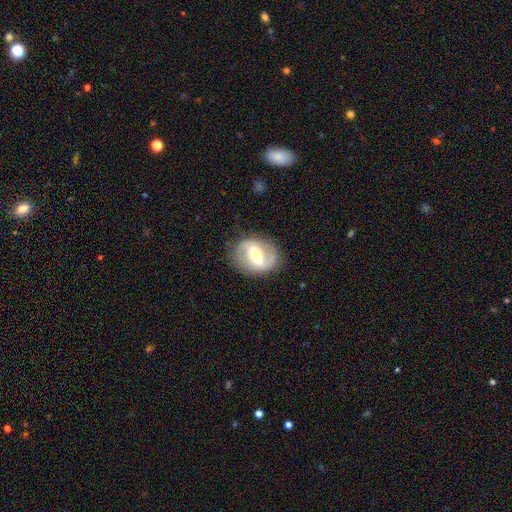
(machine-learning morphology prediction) Smooth or featured? featured or disk (76%)
Edge-on disk? no (97%)
Bar? weak (41%)
Spiral arms? yes (81%)
Spiral winding? medium (46%)
Spiral arm count? 2 (86%)
Bulge size? moderate (59%)
Merging? none (81%)